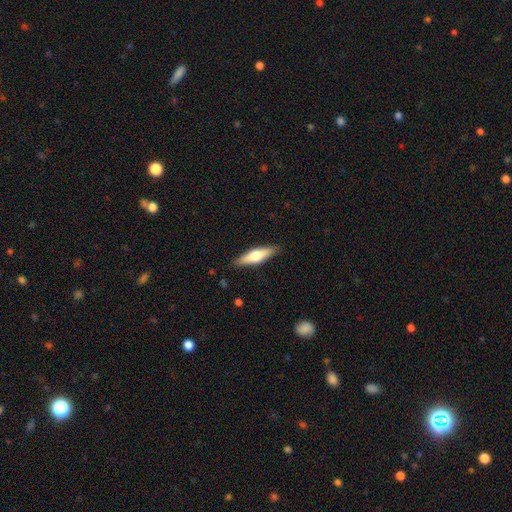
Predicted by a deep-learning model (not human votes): smooth_or_featured: smooth (p=0.51) [alt: featured or disk p=0.43]
how_rounded: cigar-shaped (p=0.65) [alt: in between p=0.33]
merging: none (p=0.88) [alt: minor disturbance p=0.09]